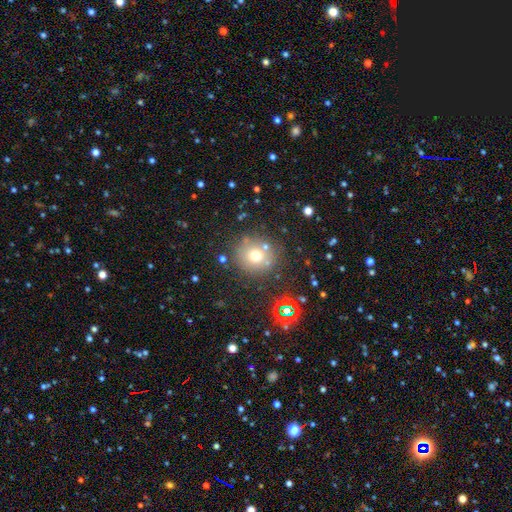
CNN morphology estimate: smooth_or_featured: smooth (p=0.66) [alt: star or artifact p=0.19]
how_rounded: round (p=0.91) [alt: in between p=0.08]
merging: none (p=0.79) [alt: minor disturbance p=0.10]